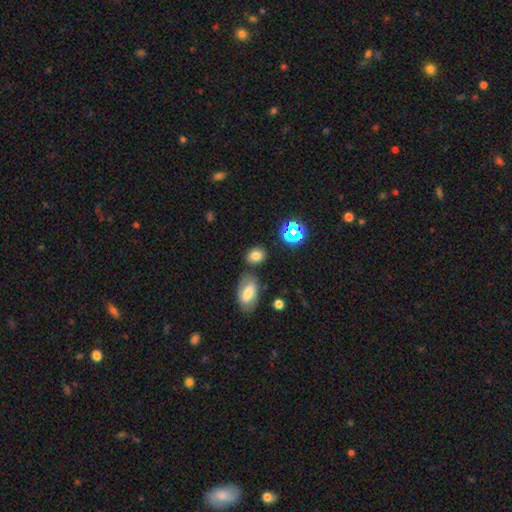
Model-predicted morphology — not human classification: The model was most divided on "how rounded": in between: 52%, round: 46%, cigar-shaped: 2%. More confident: smooth or featured — smooth (77%); merging — none (76%).